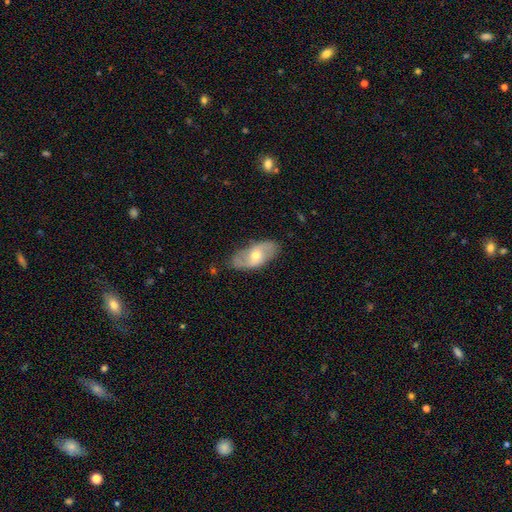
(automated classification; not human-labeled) This is likely a featured or disk galaxy (63%). It is clearly not viewed edge-on (89%). Bar: possibly no (54%). Spiral arm pattern: likely yes (78%). Central bulge: likely moderate (62%). Merging: clearly none (81%).